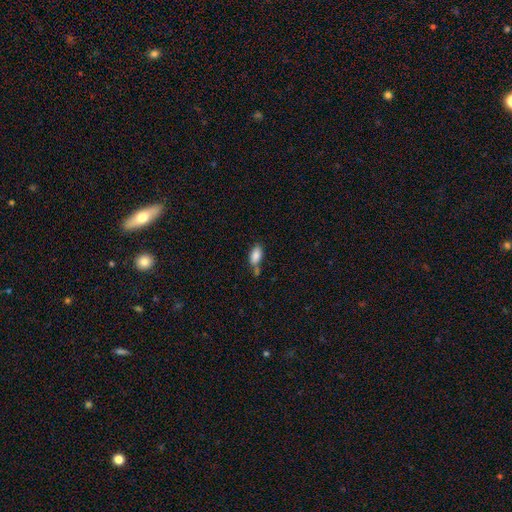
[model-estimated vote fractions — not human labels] Smooth or featured?
  - smooth: 84% *
  - star or artifact: 8%
  - featured or disk: 7%
How rounded?
  - in between: 90% *
  - cigar-shaped: 5%
  - round: 5%
Merging?
  - none: 48% *
  - merger: 23%
  - minor disturbance: 22%
  - major disturbance: 8%